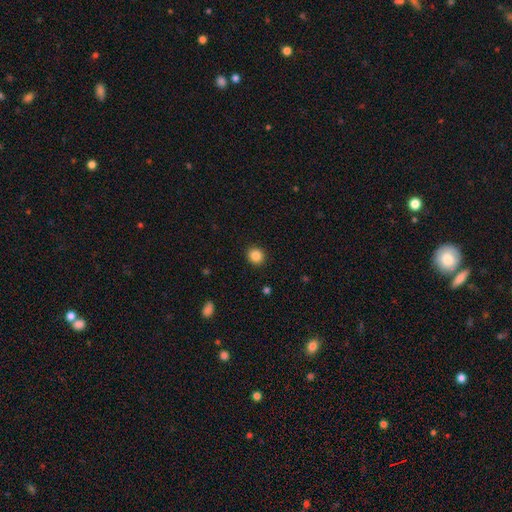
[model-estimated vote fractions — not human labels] Morphology: type=smooth (85%); roundness=round (87%); merging=none (92%).